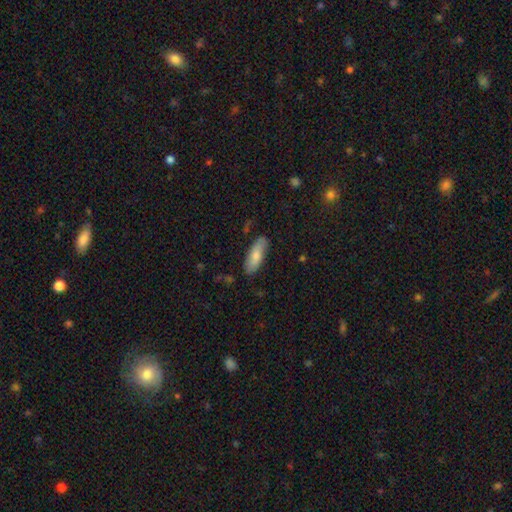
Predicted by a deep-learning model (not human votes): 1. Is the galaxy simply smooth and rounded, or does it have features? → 77% smooth, 17% featured or disk, 6% star or artifact.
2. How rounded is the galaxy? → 64% in between, 34% cigar-shaped, 2% round.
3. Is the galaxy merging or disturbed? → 81% none, 15% minor disturbance, 3% major disturbance, 2% merger.